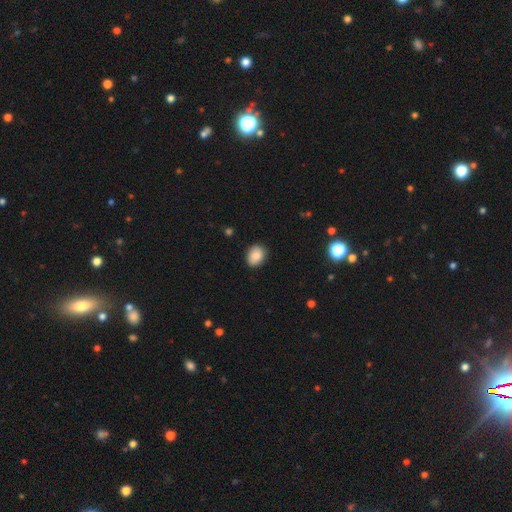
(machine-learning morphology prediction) A smooth galaxy with no disk features (85%) that is in between round and cigar-shaped (52%).

Vote fractions:
- Smooth or featured? smooth: 85% / star or artifact: 9% / featured or disk: 7%
- How rounded? in between: 52% / round: 47% / cigar-shaped: 1%
- Merging? none: 85% / minor disturbance: 12% / major disturbance: 2% / merger: 1%